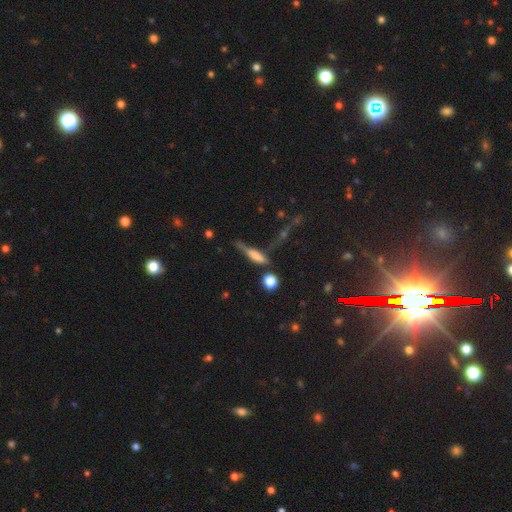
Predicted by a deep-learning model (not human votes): smooth-or-featured: smooth: 56% | featured or disk: 30% | star or artifact: 14%
  how-rounded: cigar-shaped: 61% | in between: 32% | round: 7%
  merging: none: 40% | minor disturbance: 27% | major disturbance: 21% | merger: 12%